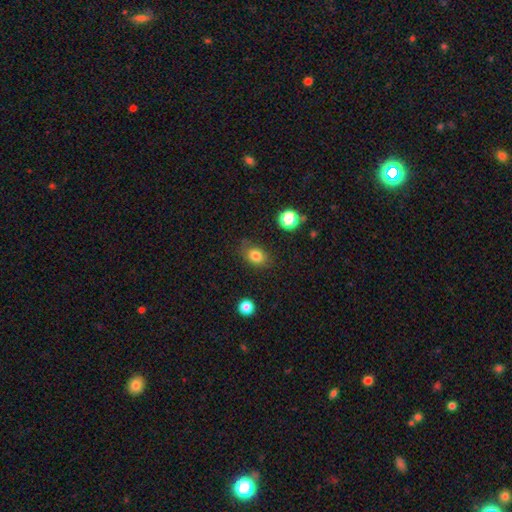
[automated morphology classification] smooth 81%, star or artifact 11%, featured or disk 8%. Down the decision tree: how rounded — in between (65%); merging — none (75%).